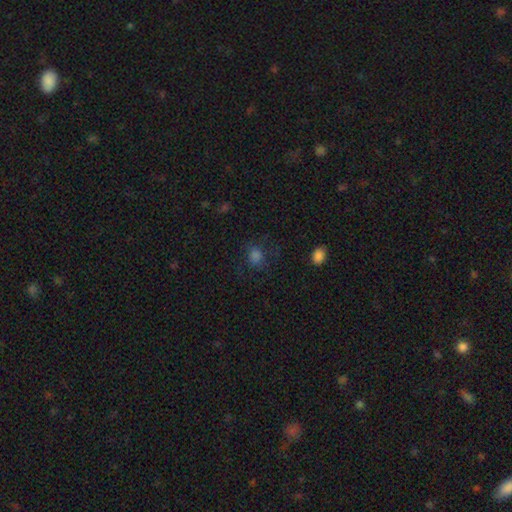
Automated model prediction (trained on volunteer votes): A smooth galaxy with no disk features (75%) that is round (68%).

Vote fractions:
- Smooth or featured? smooth: 75% / star or artifact: 19% / featured or disk: 6%
- How rounded? round: 68% / in between: 31% / cigar-shaped: 1%
- Merging? none: 73% / minor disturbance: 16% / major disturbance: 9% / merger: 2%